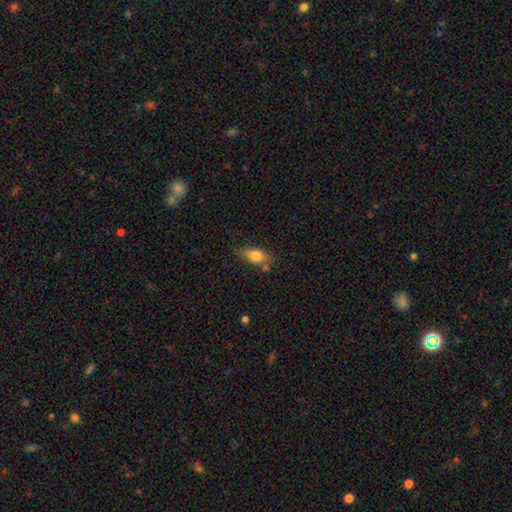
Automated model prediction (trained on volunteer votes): Smooth or featured: smooth — 77% (featured or disk — 15%)
How rounded: in between — 82% (cigar-shaped — 13%)
Merging: none — 67% (minor disturbance — 21%)